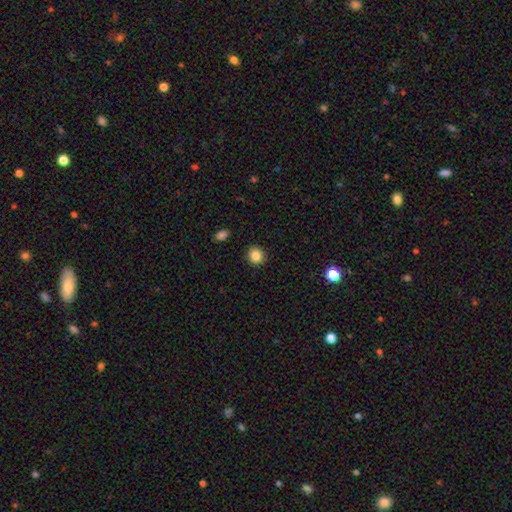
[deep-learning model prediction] smooth-or-featured: smooth: 85% | star or artifact: 10% | featured or disk: 5%
  how-rounded: round: 80% | in between: 19% | cigar-shaped: 1%
  merging: none: 91% | minor disturbance: 6% | major disturbance: 2% | merger: 1%